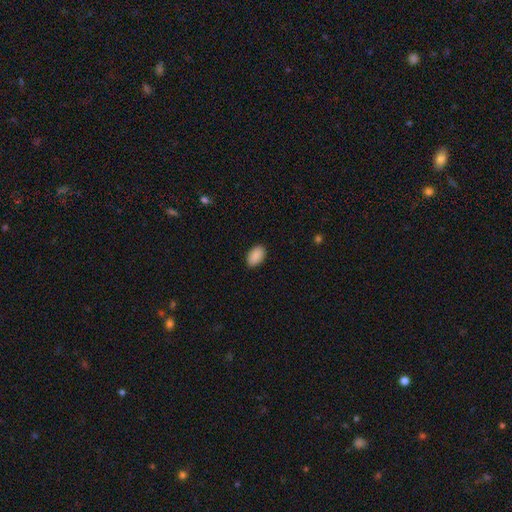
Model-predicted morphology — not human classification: smooth_or_featured: smooth (p=0.90) [alt: star or artifact p=0.07]
how_rounded: in between (p=0.93) [alt: round p=0.06]
merging: none (p=0.89) [alt: minor disturbance p=0.08]